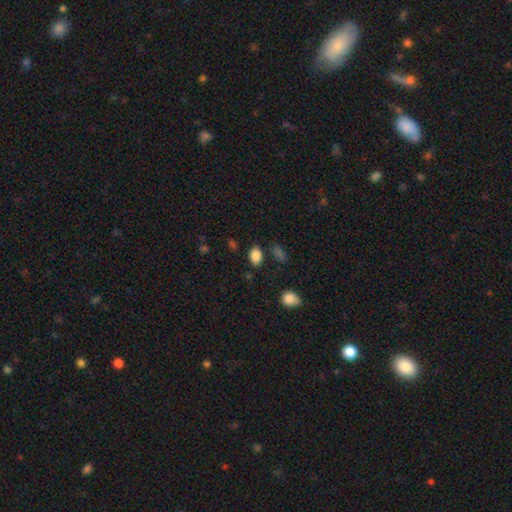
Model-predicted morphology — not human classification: This is clearly a smooth galaxy (85%). How rounded: clearly in between (81%). Merging: clearly none (81%).